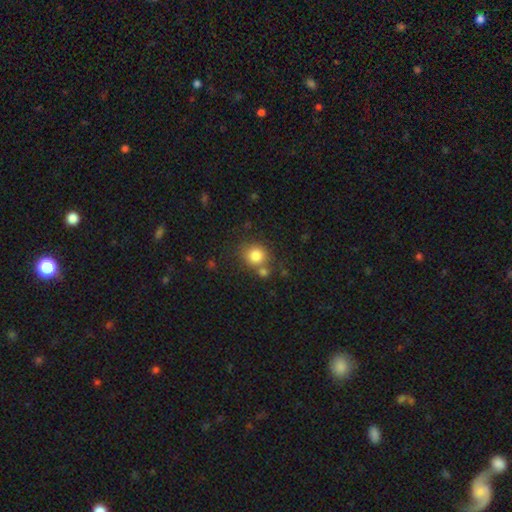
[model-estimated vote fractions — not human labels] Overall: smooth (82%). How rounded: round (85%). Merging: none (66%).